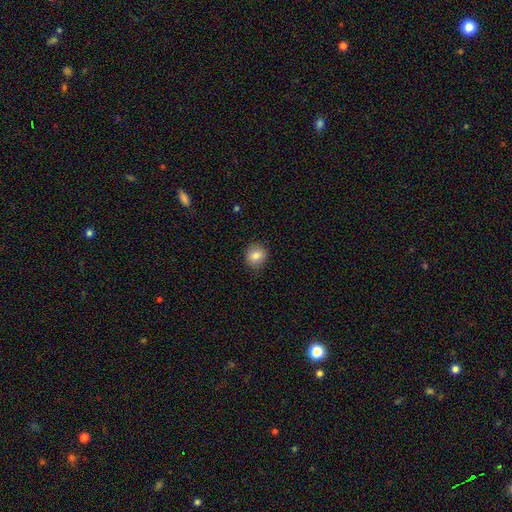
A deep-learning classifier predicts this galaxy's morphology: smooth-or-featured: smooth: 83% | star or artifact: 10% | featured or disk: 7%
  how-rounded: round: 79% | in between: 20% | cigar-shaped: 1%
  merging: none: 86% | minor disturbance: 10% | major disturbance: 2% | merger: 1%